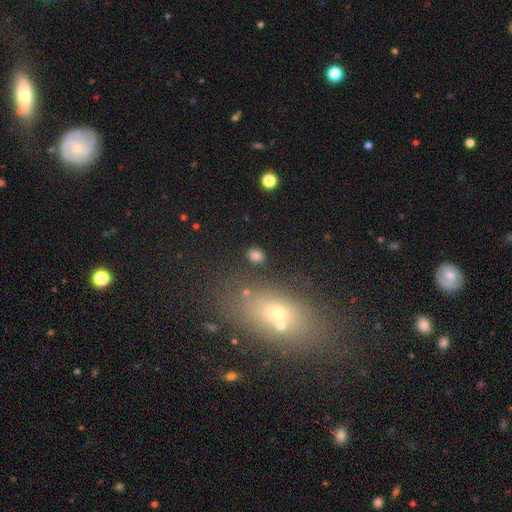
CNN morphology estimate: This is clearly a smooth galaxy (81%). How rounded: likely in between (63%). Merging: clearly none (84%).